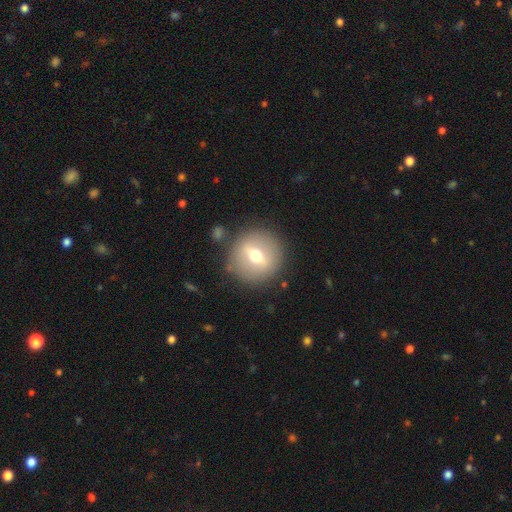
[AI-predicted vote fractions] smooth 53%, featured or disk 38%, star or artifact 9%. Down the decision tree: how rounded — round (94%); merging — none (86%).